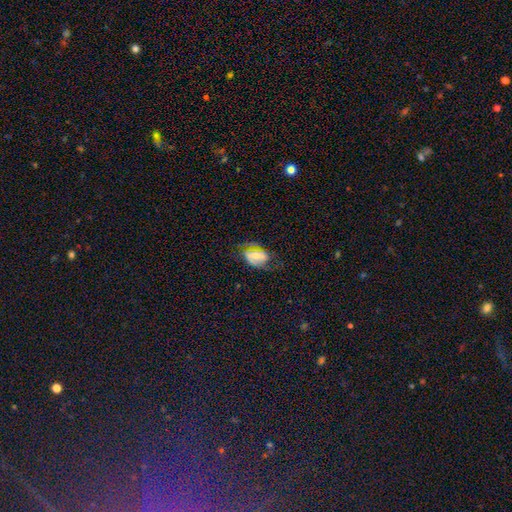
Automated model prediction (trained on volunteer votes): Smooth or featured: featured or disk — 53% (smooth — 38%)
Edge-on disk: no — 95% (yes — 5%)
Bar: no — 51% (weak — 32%)
Spiral arms: yes — 74% (no — 26%)
Bulge size: moderate — 43% (small — 39%)
Merging: none — 54% (minor disturbance — 23%)